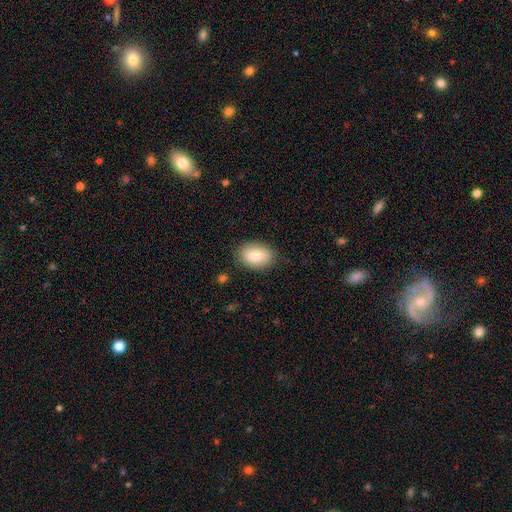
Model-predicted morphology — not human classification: smooth 84%, featured or disk 10%, star or artifact 7%. Down the decision tree: how rounded — in between (85%); merging — none (84%).